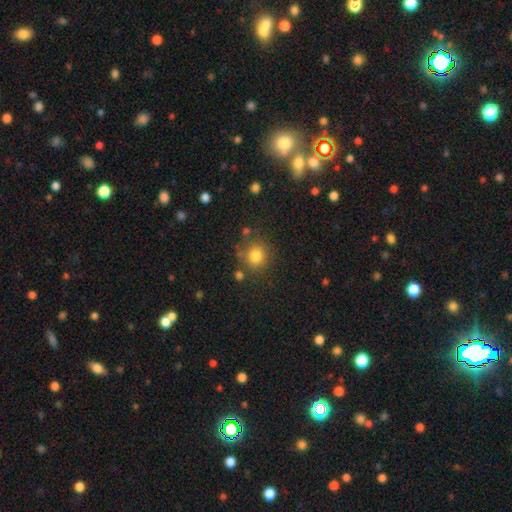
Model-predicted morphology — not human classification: The model was most divided on "merging": none: 75%, minor disturbance: 13%, merger: 7%, major disturbance: 5%. More confident: how rounded — round (84%); smooth or featured — smooth (81%).